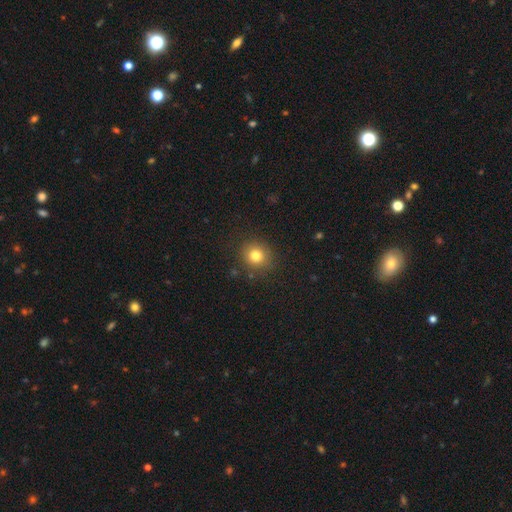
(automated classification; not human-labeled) smooth-or-featured: smooth: 80% | star or artifact: 12% | featured or disk: 8%
  how-rounded: round: 82% | in between: 17% | cigar-shaped: 1%
  merging: none: 87% | minor disturbance: 9% | major disturbance: 3% | merger: 2%